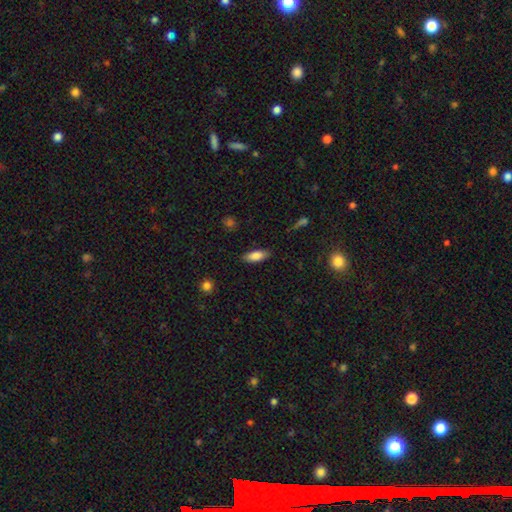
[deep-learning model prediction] Smooth or featured: smooth — 83% (featured or disk — 10%)
How rounded: in between — 78% (cigar-shaped — 20%)
Merging: none — 86% (minor disturbance — 11%)